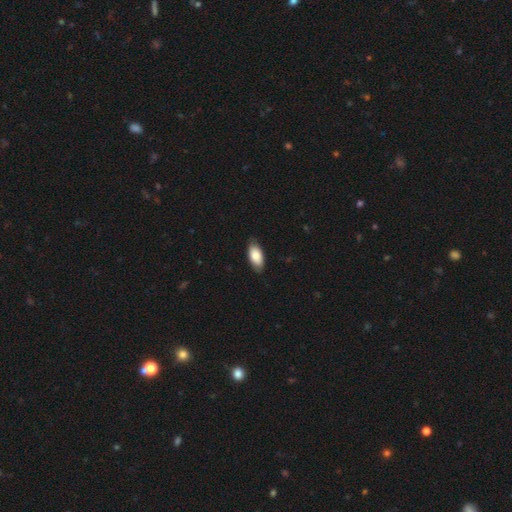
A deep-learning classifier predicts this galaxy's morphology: smooth-or-featured: smooth: 83% | featured or disk: 11% | star or artifact: 6%
  how-rounded: in between: 92% | cigar-shaped: 6% | round: 3%
  merging: none: 82% | minor disturbance: 15% | major disturbance: 2% | merger: 1%